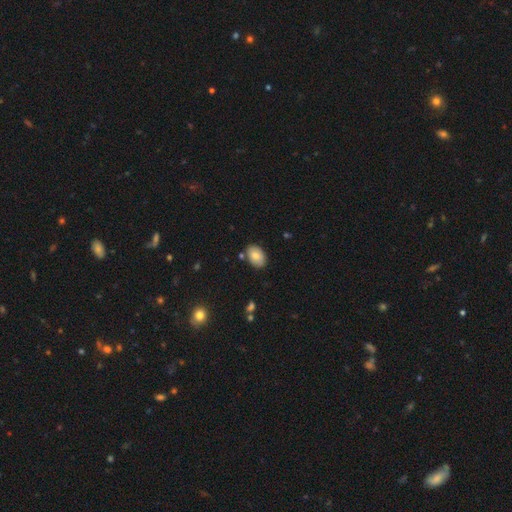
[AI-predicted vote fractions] smooth_or_featured: smooth (p=0.80) [alt: featured or disk p=0.12]
how_rounded: in between (p=0.88) [alt: round p=0.11]
merging: none (p=0.80) [alt: minor disturbance p=0.13]